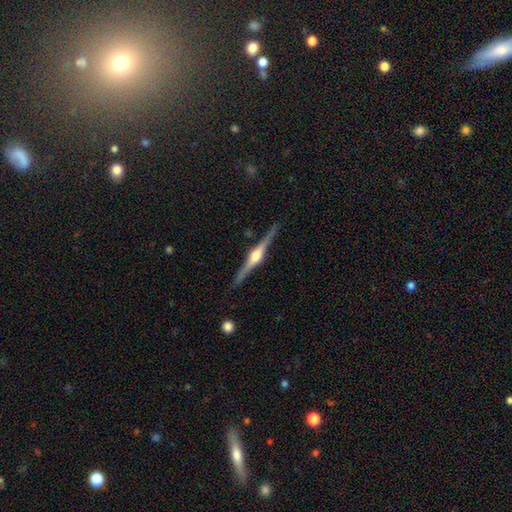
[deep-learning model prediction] Q: Smooth or featured?
A: featured or disk (85%); runner-up: smooth (10%)
Q: Edge-on disk?
A: yes (98%); runner-up: no (2%)
Q: Edge-on bulge?
A: rounded (93%); runner-up: boxy (5%)
Q: Merging?
A: none (90%); runner-up: minor disturbance (7%)